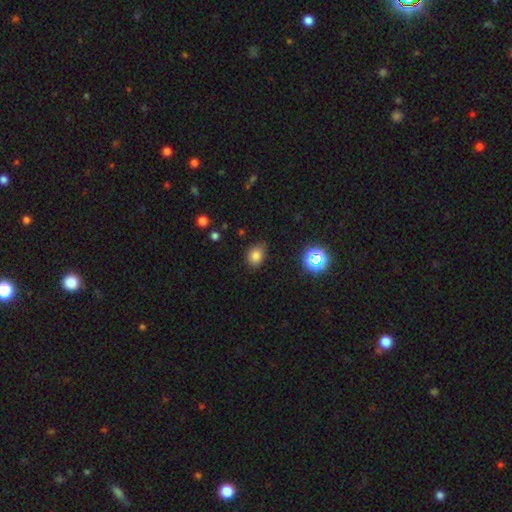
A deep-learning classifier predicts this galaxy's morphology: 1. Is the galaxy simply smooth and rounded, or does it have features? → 79% smooth, 15% star or artifact, 6% featured or disk.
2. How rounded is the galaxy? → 60% in between, 39% round, 1% cigar-shaped.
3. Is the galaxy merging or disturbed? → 73% none, 21% minor disturbance, 4% major disturbance, 2% merger.